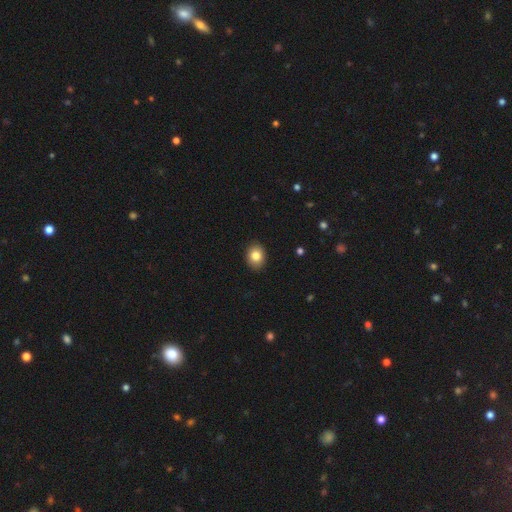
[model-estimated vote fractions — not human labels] A smooth galaxy with no disk features (83%) that is in between round and cigar-shaped (54%).

Vote fractions:
- Smooth or featured? smooth: 83% / star or artifact: 9% / featured or disk: 8%
- How rounded? in between: 54% / round: 45% / cigar-shaped: 1%
- Merging? none: 90% / minor disturbance: 7% / major disturbance: 2% / merger: 1%